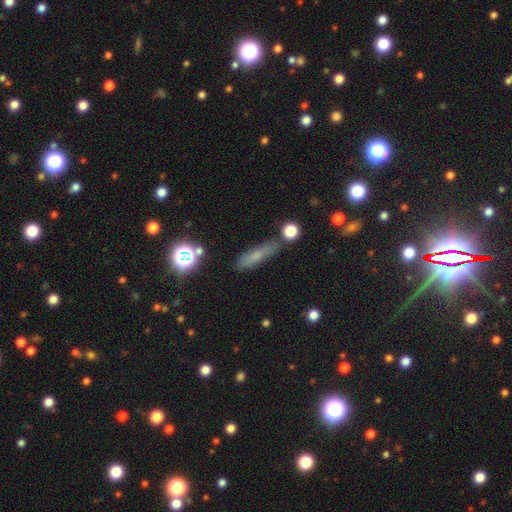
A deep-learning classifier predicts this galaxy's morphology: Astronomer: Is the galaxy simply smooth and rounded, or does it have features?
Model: smooth — 63%.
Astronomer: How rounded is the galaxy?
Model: cigar-shaped — 70%.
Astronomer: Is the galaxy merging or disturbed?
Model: none — 77%.